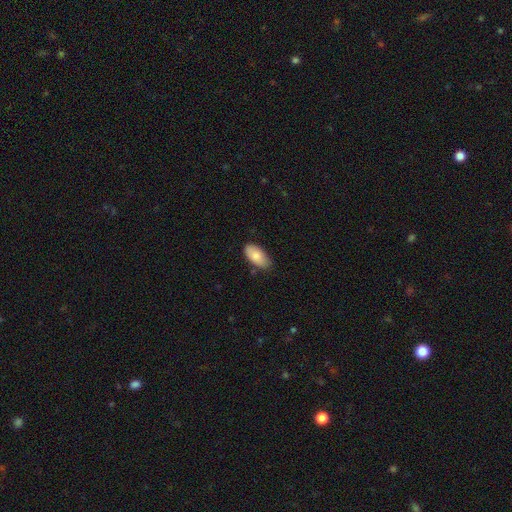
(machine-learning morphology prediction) smooth-or-featured: smooth: 84% | featured or disk: 10% | star or artifact: 6%
  how-rounded: in between: 93% | cigar-shaped: 4% | round: 2%
  merging: none: 76% | minor disturbance: 20% | major disturbance: 3% | merger: 2%